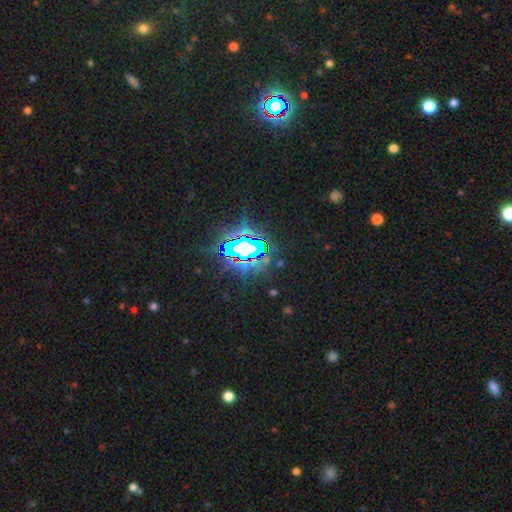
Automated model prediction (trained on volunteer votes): smooth-or-featured: star or artifact: 84% | smooth: 9% | featured or disk: 7%